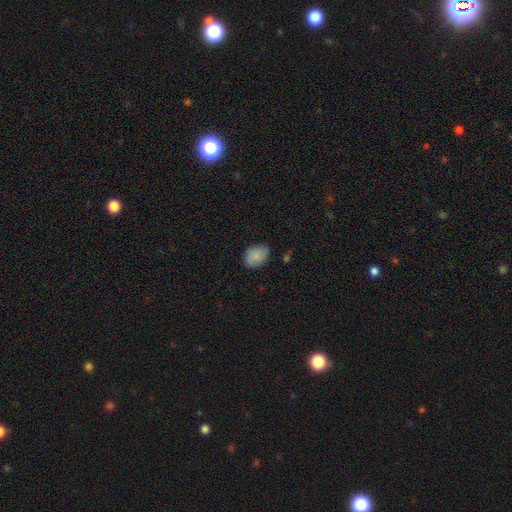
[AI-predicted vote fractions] Overall: smooth (86%). How rounded: in between (72%). Merging: none (79%).